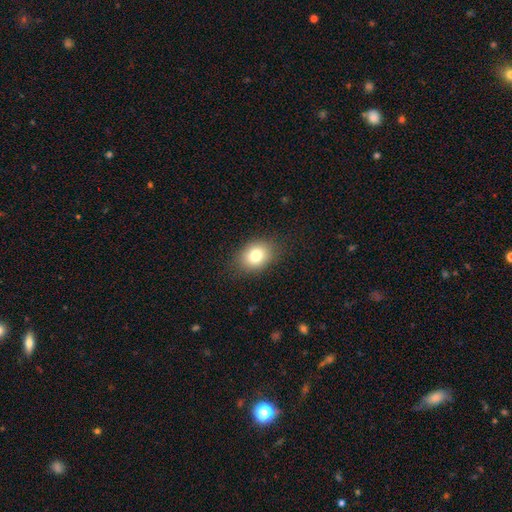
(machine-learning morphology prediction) smooth-or-featured: smooth: 79% | featured or disk: 11% | star or artifact: 11%
  how-rounded: in between: 61% | round: 38% | cigar-shaped: 1%
  merging: none: 84% | minor disturbance: 12% | major disturbance: 4% | merger: 1%